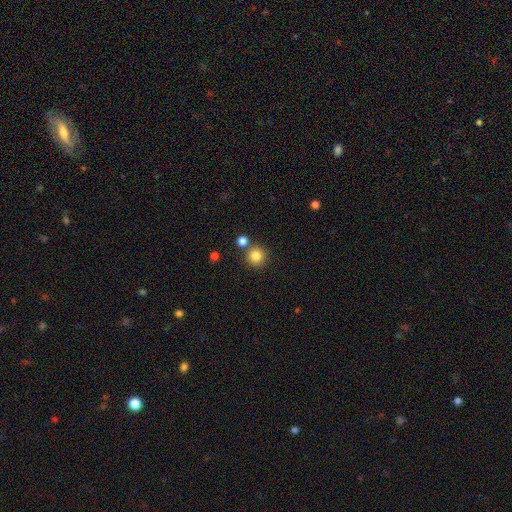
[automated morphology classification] This appears to be a smooth galaxy with no disk features (83%) that is round (94%). Merging: none (78%).